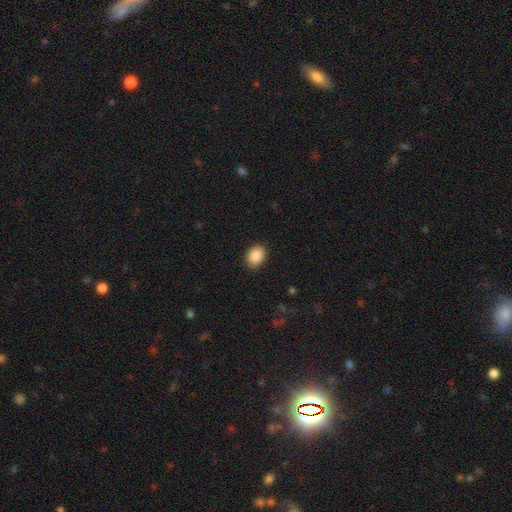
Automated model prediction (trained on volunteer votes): Morphology: type=smooth (90%); roundness=in between (56%); merging=none (87%).